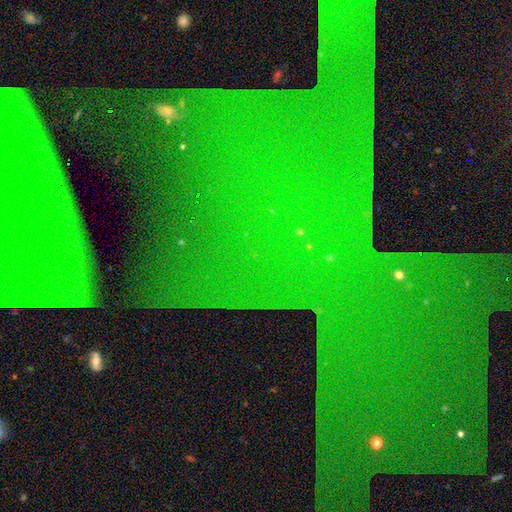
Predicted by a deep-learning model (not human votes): This is clearly a star or artifact rather than a galaxy (81%).